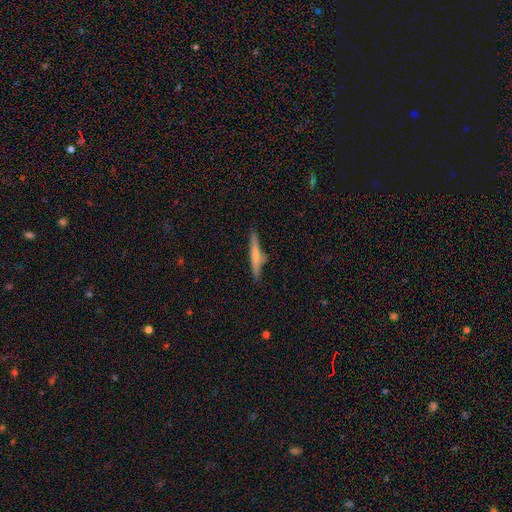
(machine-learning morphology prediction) type=smooth (57%); roundness=cigar-shaped (93%); merging=none (81%).